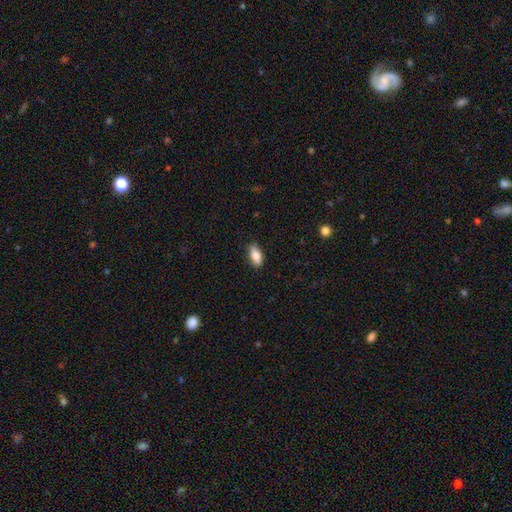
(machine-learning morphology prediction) Smooth or featured? Predicted: smooth (p=0.84). How rounded? Predicted: in between (p=0.85). Merging? Predicted: none (p=0.87).